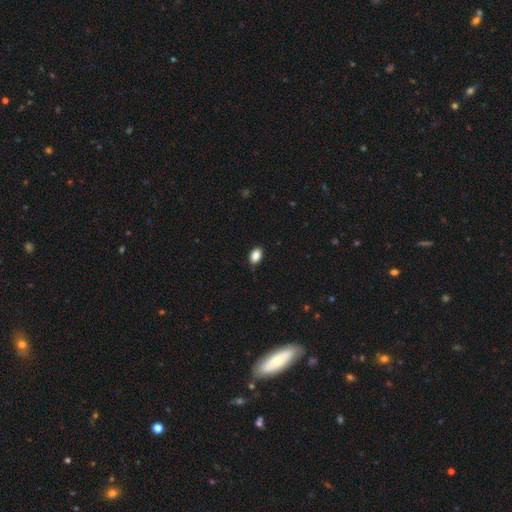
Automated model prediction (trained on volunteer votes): This appears to be a smooth galaxy with no disk features (88%) that is in between round and cigar-shaped (86%). Merging: none (86%).